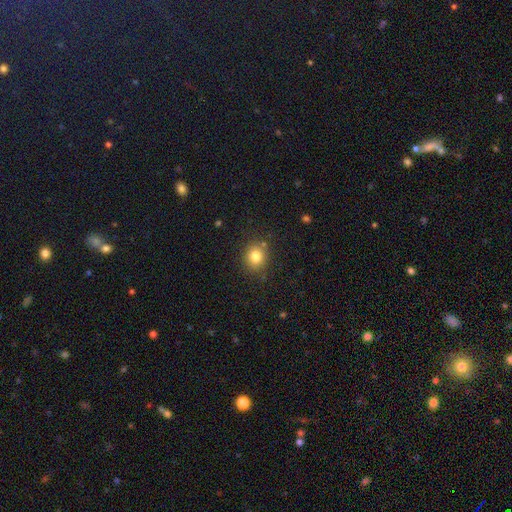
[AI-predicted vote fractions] Smooth or featured: smooth — 81% (star or artifact — 11%)
How rounded: round — 75% (in between — 24%)
Merging: none — 83% (minor disturbance — 11%)